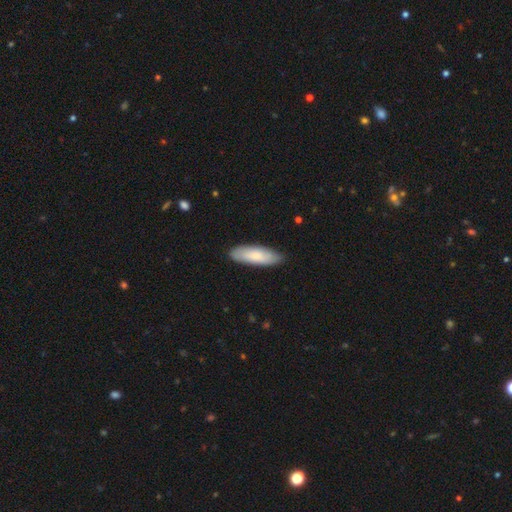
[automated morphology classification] Smooth or featured? smooth (77%)
How rounded? in between (54%)
Merging? none (85%)